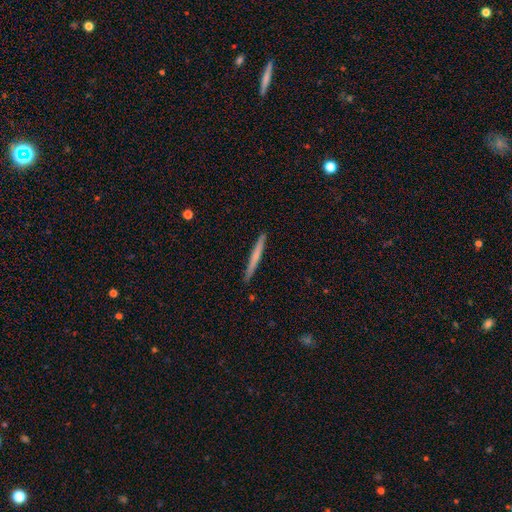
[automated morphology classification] Smooth or featured?
  - smooth: 59% *
  - featured or disk: 36%
  - star or artifact: 5%
How rounded?
  - cigar-shaped: 97% *
  - in between: 2%
  - round: 1%
Merging?
  - none: 92% *
  - minor disturbance: 6%
  - major disturbance: 1%
  - merger: 1%